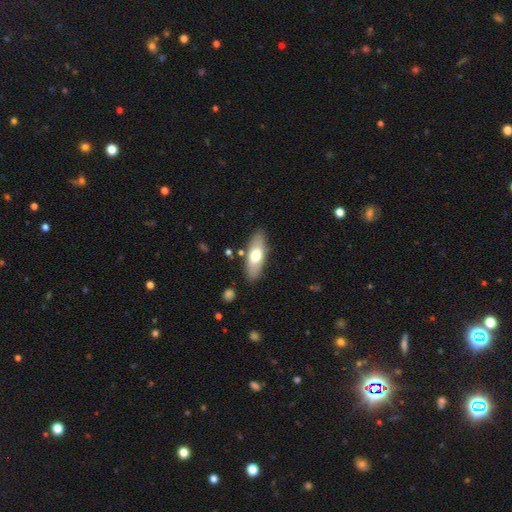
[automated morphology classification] smooth 63%, featured or disk 31%, star or artifact 6%. Down the decision tree: how rounded — in between (68%); merging — none (84%).